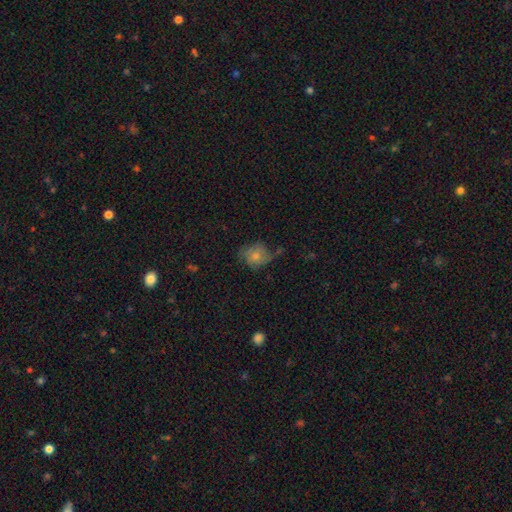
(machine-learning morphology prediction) smooth_or_featured: smooth (p=0.56) [alt: featured or disk p=0.34]
how_rounded: round (p=0.65) [alt: in between p=0.33]
merging: none (p=0.47) [alt: minor disturbance p=0.32]